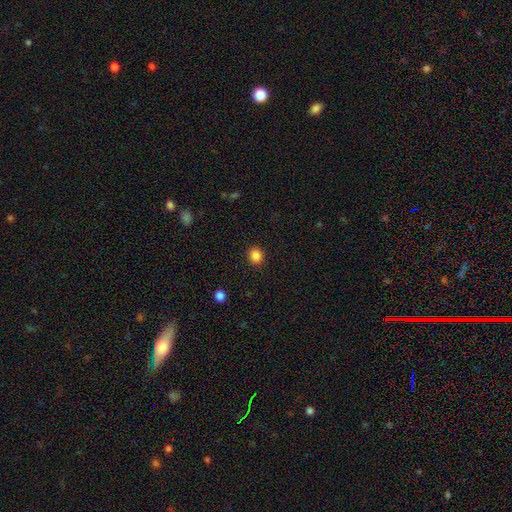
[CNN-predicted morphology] smooth-or-featured: smooth: 86% | star or artifact: 11% | featured or disk: 3%
  how-rounded: round: 75% | in between: 25% | cigar-shaped: 1%
  merging: none: 91% | minor disturbance: 6% | major disturbance: 2% | merger: 1%